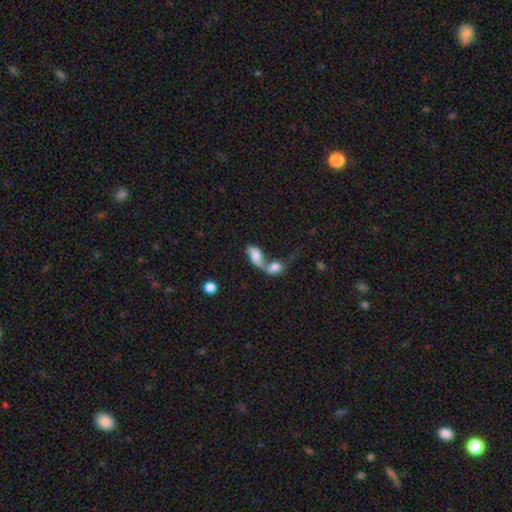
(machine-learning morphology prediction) Smooth or featured? smooth (62%)
How rounded? in between (84%)
Merging? merger (79%)